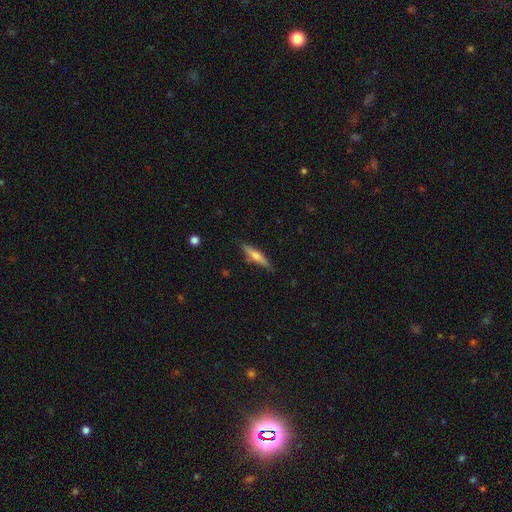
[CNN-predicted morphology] A smooth galaxy with no disk features (50%) that is cigar-shaped (85%).

Vote fractions:
- Smooth or featured? smooth: 50% / featured or disk: 43% / star or artifact: 6%
- How rounded? cigar-shaped: 85% / in between: 13% / round: 2%
- Merging? none: 84% / minor disturbance: 12% / major disturbance: 2% / merger: 2%